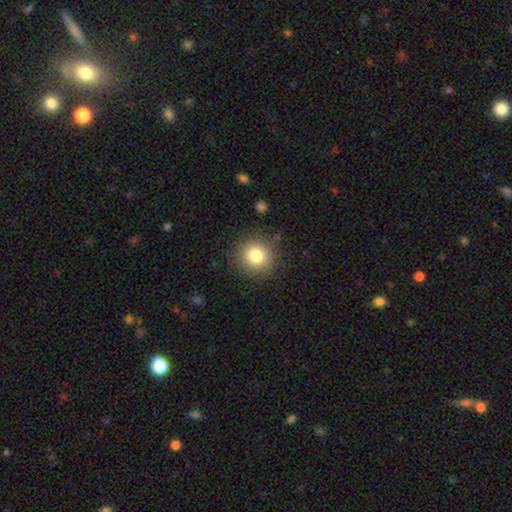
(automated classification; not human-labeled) smooth-or-featured: smooth: 80% | star or artifact: 11% | featured or disk: 8%
  how-rounded: round: 93% | in between: 6% | cigar-shaped: 1%
  merging: none: 87% | minor disturbance: 8% | major disturbance: 3% | merger: 1%